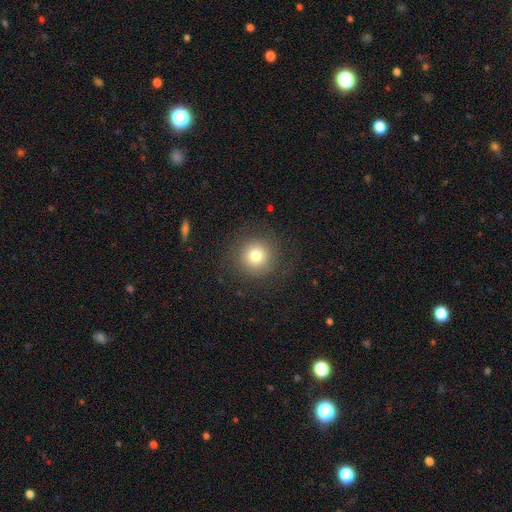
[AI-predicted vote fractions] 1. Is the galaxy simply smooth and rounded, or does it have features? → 76% smooth, 12% star or artifact, 11% featured or disk.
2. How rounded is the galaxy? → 95% round, 4% in between, 1% cigar-shaped.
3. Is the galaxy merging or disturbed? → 85% none, 9% minor disturbance, 6% major disturbance, 1% merger.